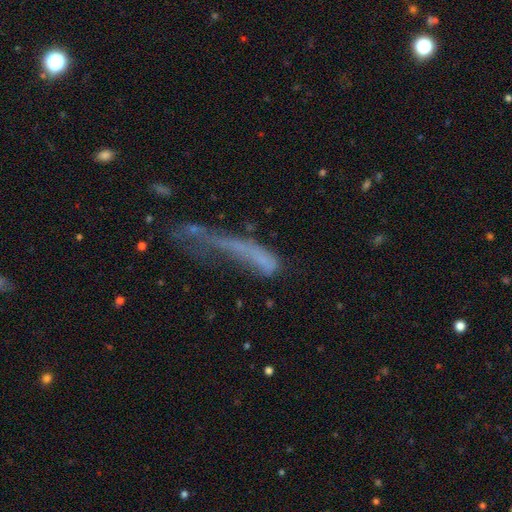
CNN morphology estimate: Smooth or featured? smooth (45%)
Merging? major disturbance (47%)